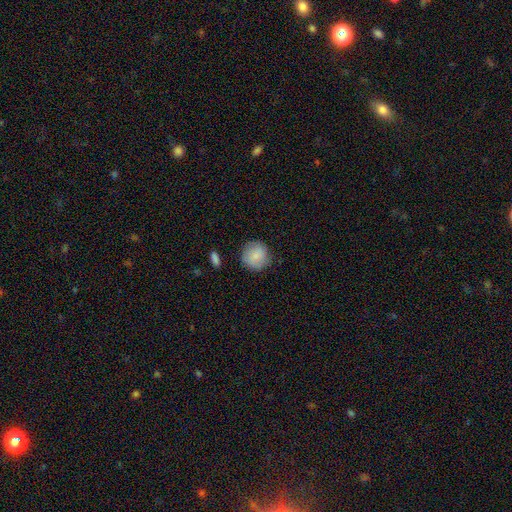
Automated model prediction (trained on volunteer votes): The model was most divided on "merging": none: 82%, minor disturbance: 13%, major disturbance: 3%, merger: 2%. More confident: how rounded — round (91%); smooth or featured — smooth (85%).